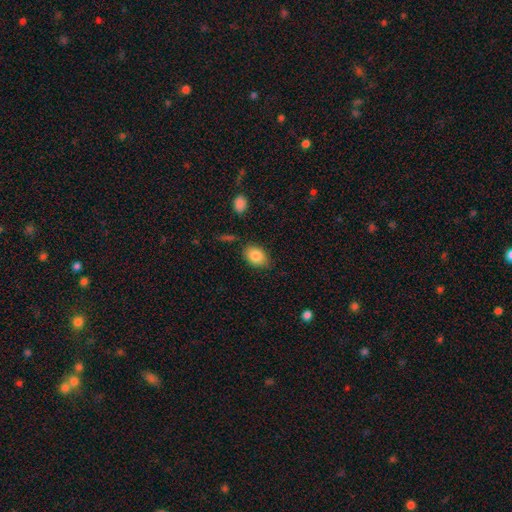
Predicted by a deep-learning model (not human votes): Q: Smooth or featured?
A: smooth (85%); runner-up: featured or disk (8%)
Q: How rounded?
A: in between (80%); runner-up: round (19%)
Q: Merging?
A: none (79%); runner-up: minor disturbance (14%)